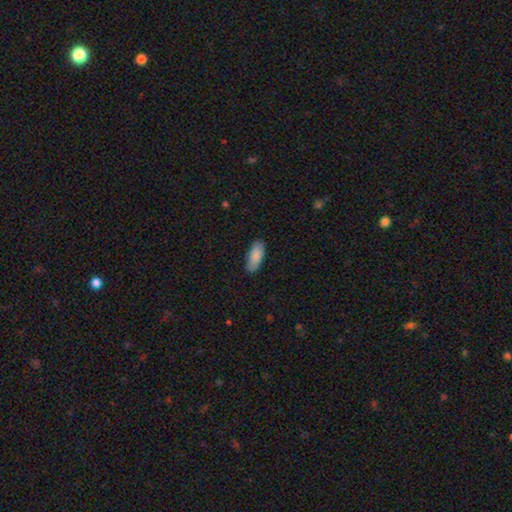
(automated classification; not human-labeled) Smooth or featured: smooth — 87% (featured or disk — 7%)
How rounded: in between — 81% (cigar-shaped — 17%)
Merging: none — 85% (minor disturbance — 12%)